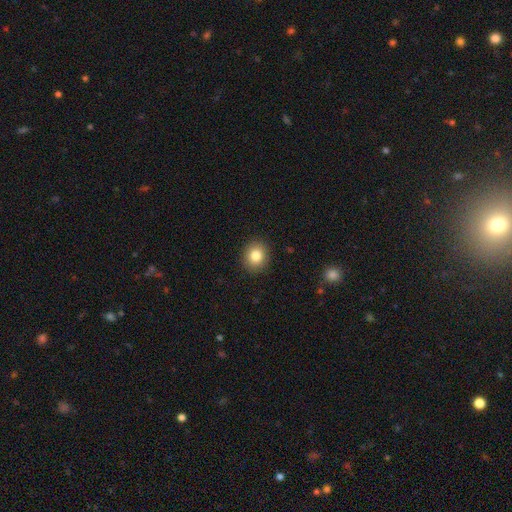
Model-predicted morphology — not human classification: Smooth or featured? Predicted: smooth (p=0.83). How rounded? Predicted: round (p=0.81). Merging? Predicted: none (p=0.91).